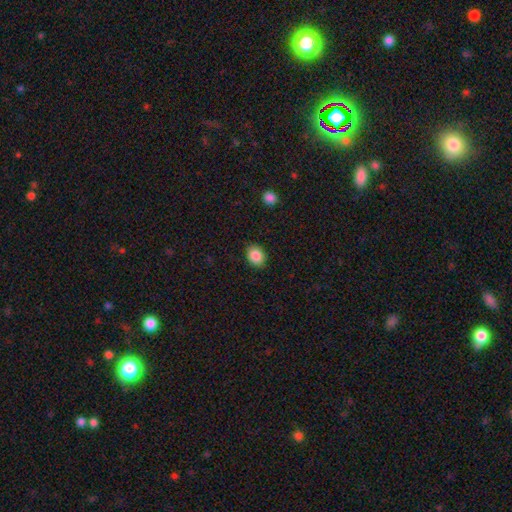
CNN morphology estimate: Overall: smooth (87%). How rounded: in between (61%; round 38%). Merging: none (88%).